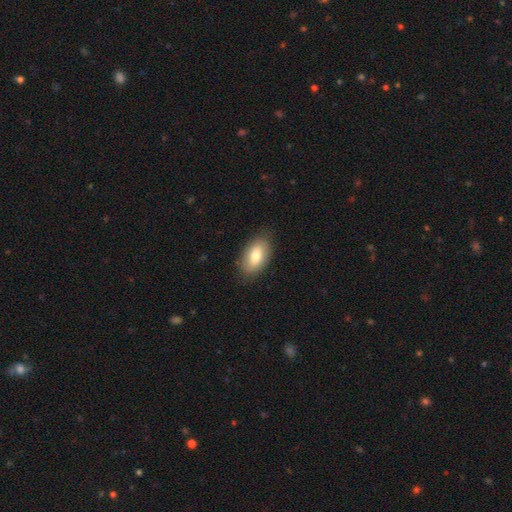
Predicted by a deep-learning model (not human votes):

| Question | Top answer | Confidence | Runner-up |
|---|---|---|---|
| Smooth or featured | smooth | 77% | featured or disk (16%) |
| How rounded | in between | 93% | round (5%) |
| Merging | none | 84% | minor disturbance (12%) |